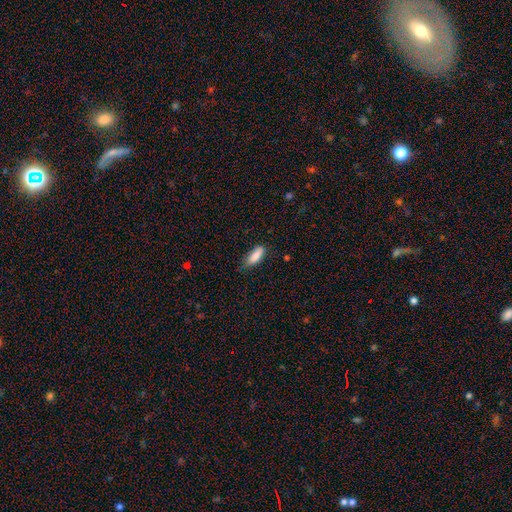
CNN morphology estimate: Overall: smooth (87%). How rounded: in between (69%; cigar-shaped 29%). Merging: none (70%).